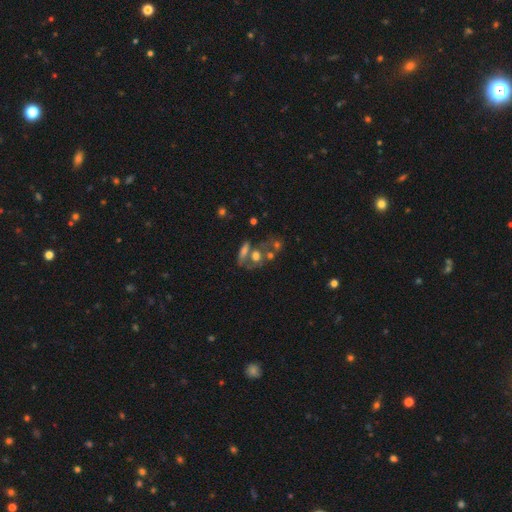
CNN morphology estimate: This is possibly a smooth galaxy (48%). Merging: possibly merger (46%).